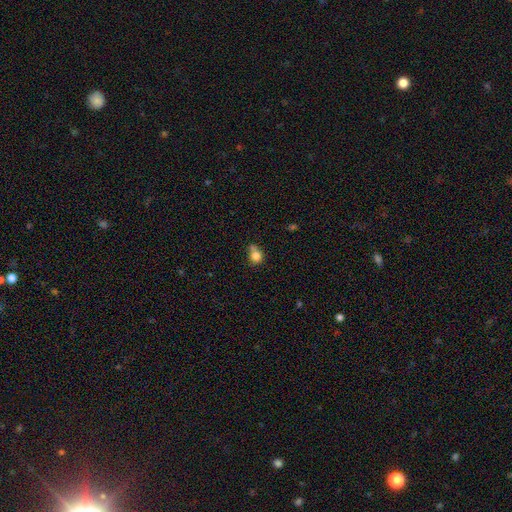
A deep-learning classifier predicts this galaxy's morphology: type=smooth (80%); roundness=round (75%); merging=none (44%).